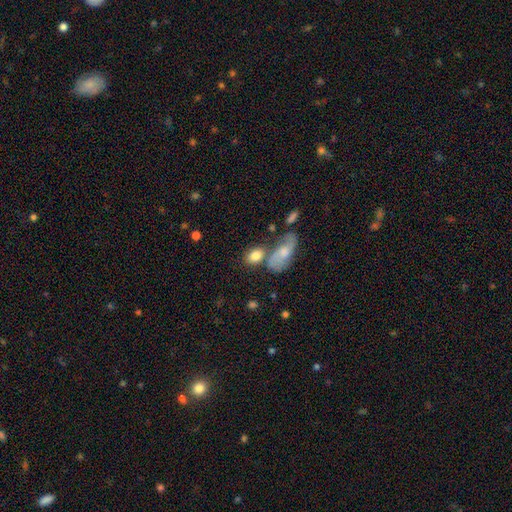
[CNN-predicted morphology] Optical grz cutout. It shows a smooth galaxy with no disk features (79%) that is in between round and cigar-shaped (79%). Merging: none (51%).